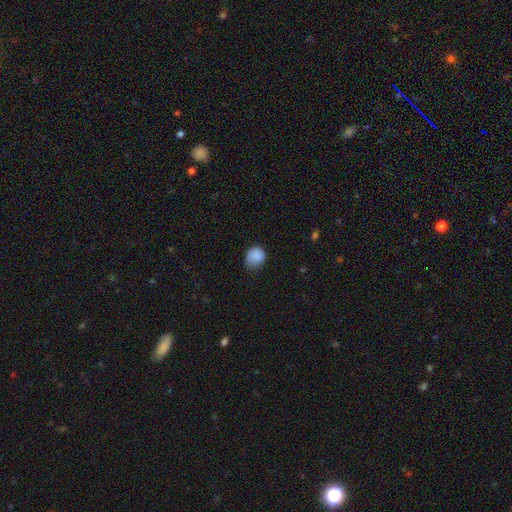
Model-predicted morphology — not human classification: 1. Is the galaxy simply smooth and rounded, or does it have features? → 85% smooth, 8% star or artifact, 6% featured or disk.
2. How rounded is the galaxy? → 71% round, 28% in between, 1% cigar-shaped.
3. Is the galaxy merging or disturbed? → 53% none, 36% minor disturbance, 9% major disturbance, 2% merger.